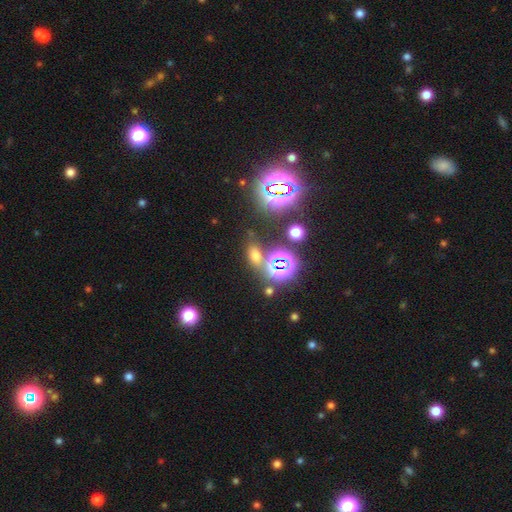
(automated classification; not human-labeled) Smooth or featured? smooth (50%)
How rounded? in between (69%)
Merging? none (67%)